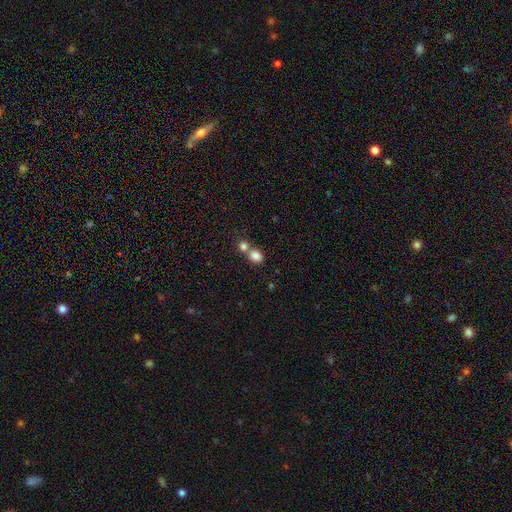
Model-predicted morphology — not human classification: Smooth or featured: smooth — 82% (star or artifact — 10%)
How rounded: round — 64% (in between — 35%)
Merging: merger — 49% (none — 42%)